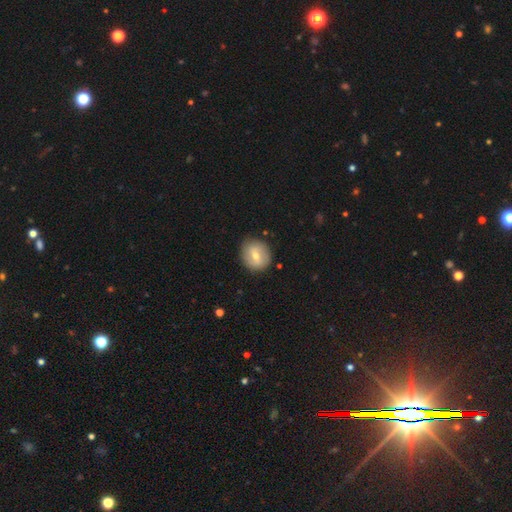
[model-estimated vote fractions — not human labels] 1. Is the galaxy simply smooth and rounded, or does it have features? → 50% smooth, 43% featured or disk, 7% star or artifact.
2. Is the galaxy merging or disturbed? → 84% none, 12% minor disturbance, 3% major disturbance, 1% merger.